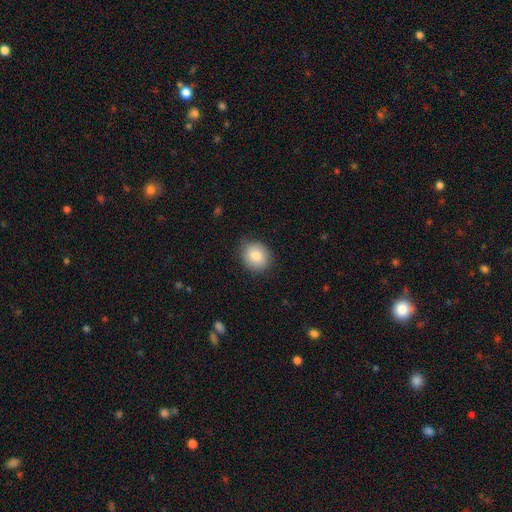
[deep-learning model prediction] Smooth or featured? Predicted: smooth (p=0.86). How rounded? Predicted: round (p=0.63). Merging? Predicted: none (p=0.83).